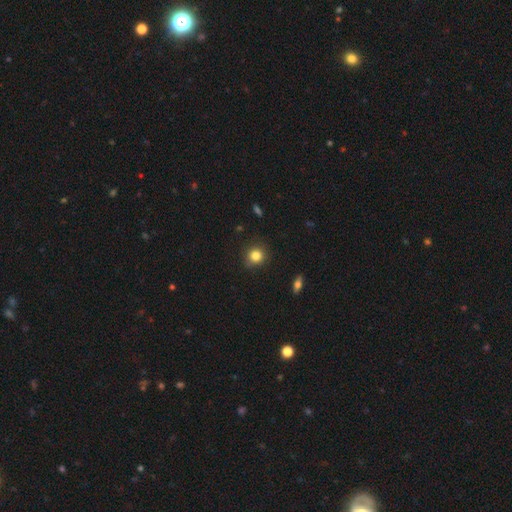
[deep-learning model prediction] smooth 83%, star or artifact 11%, featured or disk 6%. Down the decision tree: how rounded — round (88%); merging — none (84%).